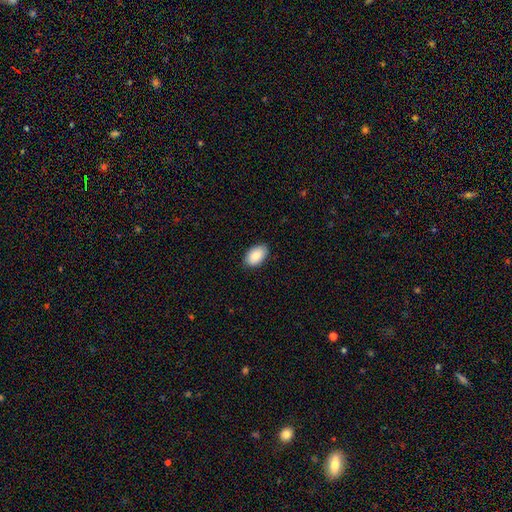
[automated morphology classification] This is clearly a smooth galaxy (88%). How rounded: clearly in between (93%). Merging: clearly none (87%).